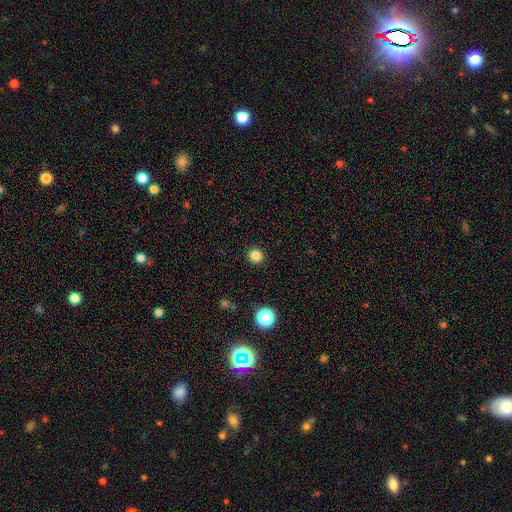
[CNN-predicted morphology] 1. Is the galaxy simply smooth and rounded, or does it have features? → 83% smooth, 13% star or artifact, 4% featured or disk.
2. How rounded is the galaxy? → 90% round, 9% in between, 1% cigar-shaped.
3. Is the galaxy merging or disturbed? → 92% none, 5% minor disturbance, 2% major disturbance, 1% merger.